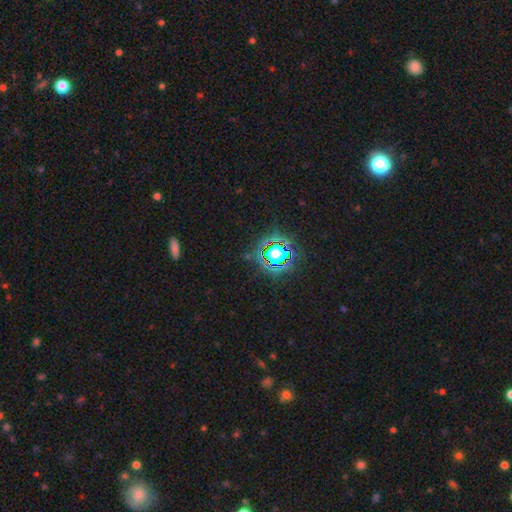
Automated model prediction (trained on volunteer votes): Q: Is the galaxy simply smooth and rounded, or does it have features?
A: star or artifact — 79%.